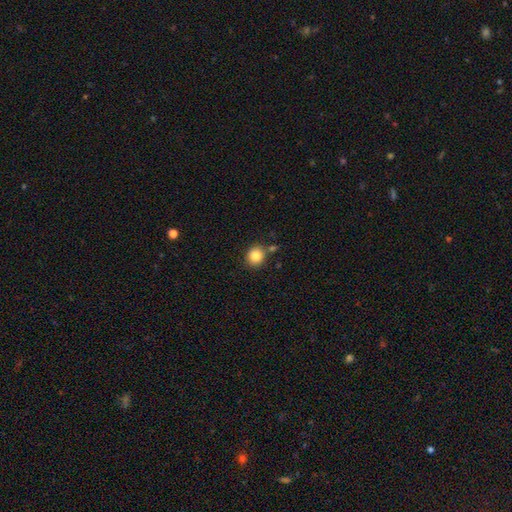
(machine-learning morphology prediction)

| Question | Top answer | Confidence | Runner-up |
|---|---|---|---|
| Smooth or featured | smooth | 84% | star or artifact (10%) |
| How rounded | round | 84% | in between (15%) |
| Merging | none | 78% | minor disturbance (10%) |